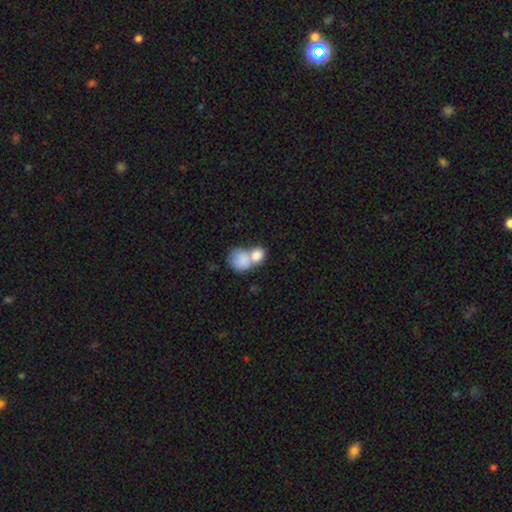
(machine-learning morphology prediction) Smooth or featured? Predicted: smooth (p=0.81). How rounded? Predicted: round (p=0.58). Merging? Predicted: merger (p=0.68).